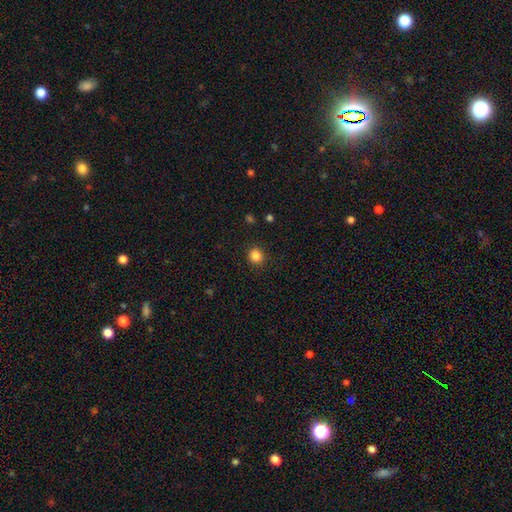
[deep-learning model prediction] Smooth or featured? smooth (85%)
How rounded? round (88%)
Merging? none (91%)